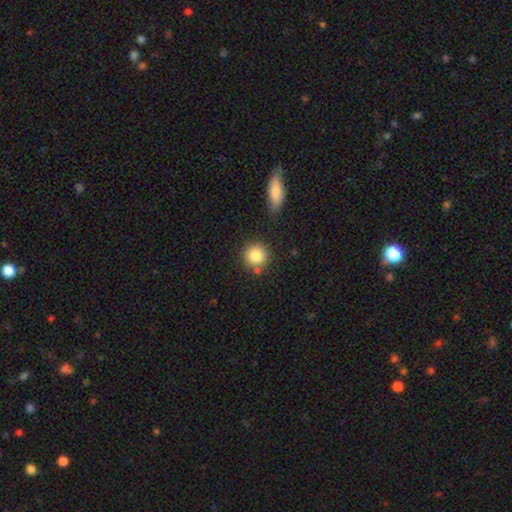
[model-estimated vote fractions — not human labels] The model was most divided on "merging": none: 77%, minor disturbance: 11%, merger: 9%, major disturbance: 3%. More confident: how rounded — round (91%); smooth or featured — smooth (84%).